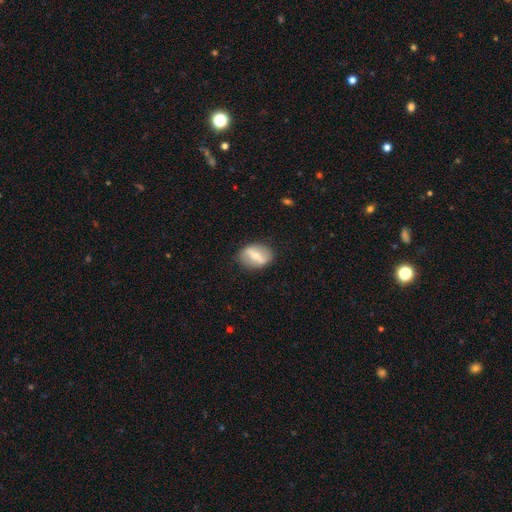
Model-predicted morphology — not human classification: Smooth or featured?
  - featured or disk: 50% *
  - smooth: 43%
  - star or artifact: 7%
Edge-on disk?
  - no: 83% *
  - yes: 17%
Merging?
  - none: 84% *
  - minor disturbance: 11%
  - major disturbance: 4%
  - merger: 1%